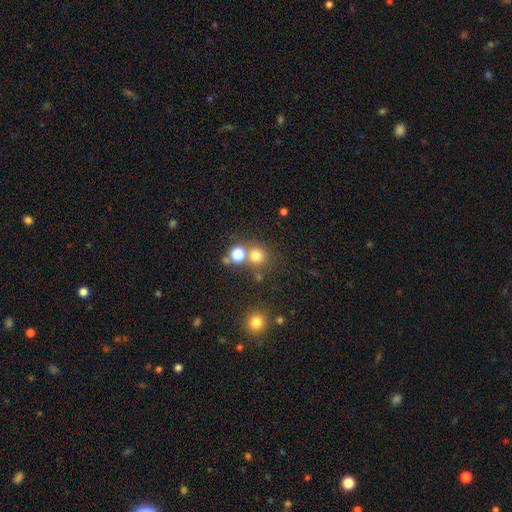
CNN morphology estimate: This appears to be a smooth galaxy with no disk features (73%) that is round (89%). Merging: none (68%).